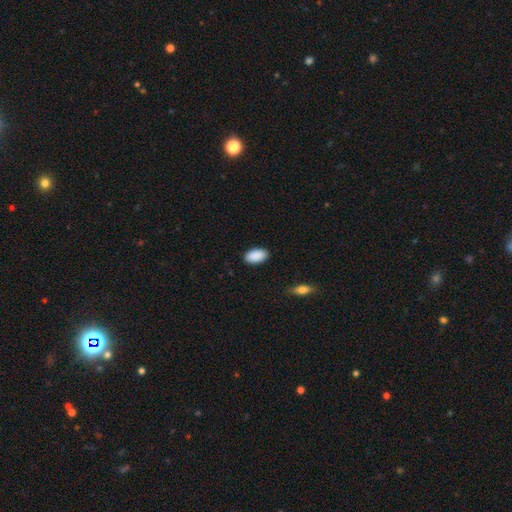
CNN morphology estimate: type=smooth (91%); roundness=in between (95%); merging=none (88%).